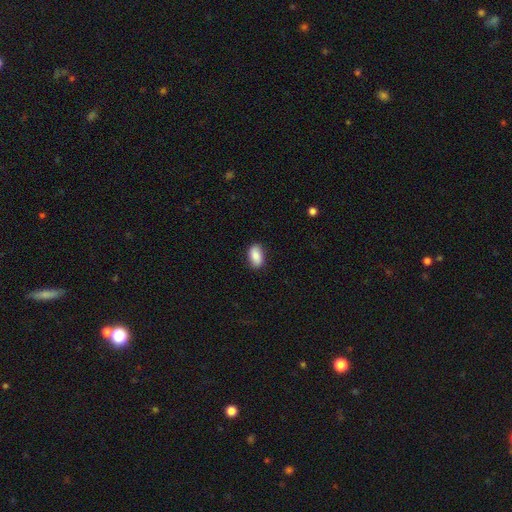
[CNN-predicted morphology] The model was most divided on "merging": none: 85%, minor disturbance: 11%, major disturbance: 2%, merger: 1%. More confident: how rounded — in between (91%); smooth or featured — smooth (84%).